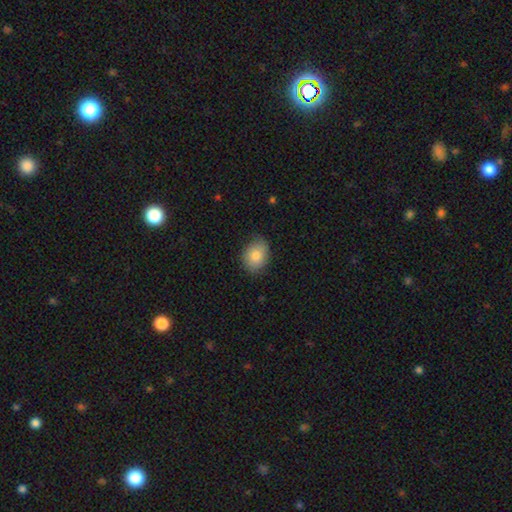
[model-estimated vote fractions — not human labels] A smooth galaxy with no disk features (83%) that is in between round and cigar-shaped (62%).

Vote fractions:
- Smooth or featured? smooth: 83% / featured or disk: 9% / star or artifact: 8%
- How rounded? in between: 62% / round: 37% / cigar-shaped: 1%
- Merging? none: 77% / minor disturbance: 19% / major disturbance: 3% / merger: 1%